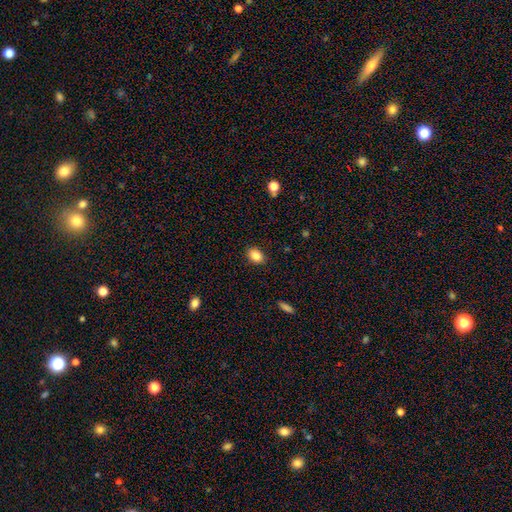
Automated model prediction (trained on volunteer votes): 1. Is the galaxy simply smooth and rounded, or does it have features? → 86% smooth, 9% star or artifact, 5% featured or disk.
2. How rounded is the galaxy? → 77% in between, 21% round, 1% cigar-shaped.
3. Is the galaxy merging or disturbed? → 88% none, 9% minor disturbance, 2% major disturbance, 1% merger.